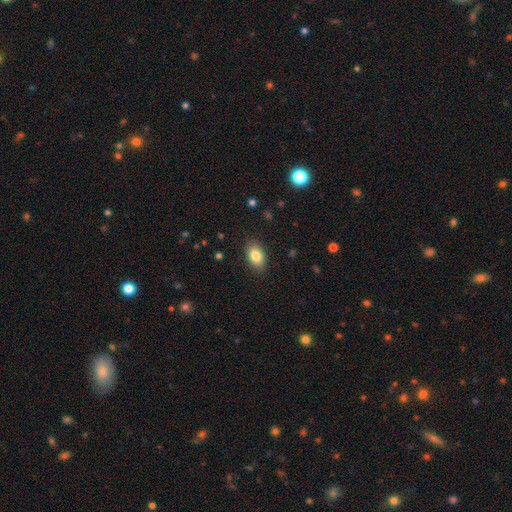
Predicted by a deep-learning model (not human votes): Q: Smooth or featured?
A: smooth (85%); runner-up: star or artifact (8%)
Q: How rounded?
A: in between (89%); runner-up: round (9%)
Q: Merging?
A: none (87%); runner-up: minor disturbance (10%)